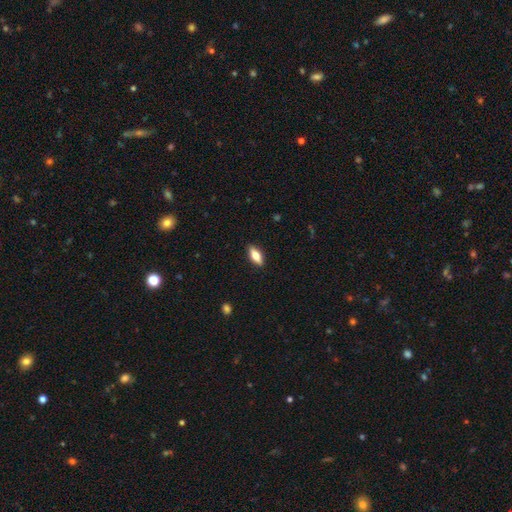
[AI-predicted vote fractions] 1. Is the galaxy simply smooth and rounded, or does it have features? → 68% smooth, 26% featured or disk, 7% star or artifact.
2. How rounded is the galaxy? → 73% in between, 24% cigar-shaped, 3% round.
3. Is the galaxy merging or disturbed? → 89% none, 8% minor disturbance, 2% major disturbance, 1% merger.